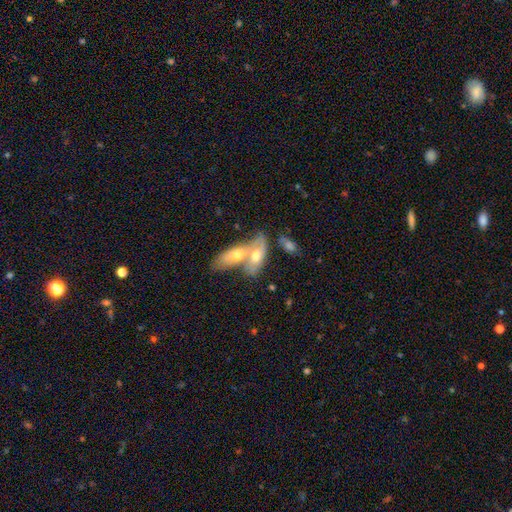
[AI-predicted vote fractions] Q: Smooth or featured?
A: smooth (56%); runner-up: featured or disk (38%)
Q: How rounded?
A: in between (77%); runner-up: cigar-shaped (19%)
Q: Merging?
A: merger (71%); runner-up: none (19%)